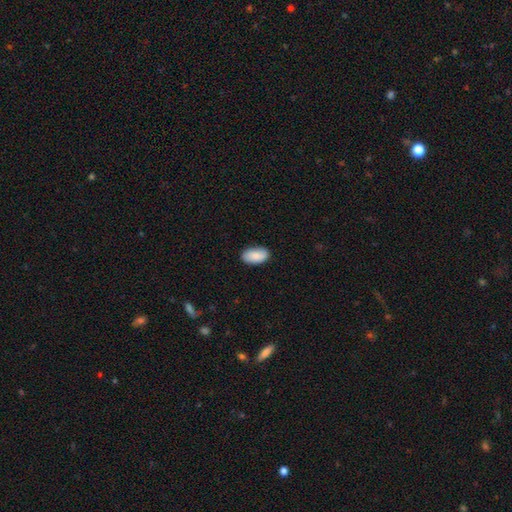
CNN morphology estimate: smooth_or_featured: smooth (p=0.88) [alt: star or artifact p=0.06]
how_rounded: in between (p=0.95) [alt: round p=0.03]
merging: none (p=0.86) [alt: minor disturbance p=0.11]